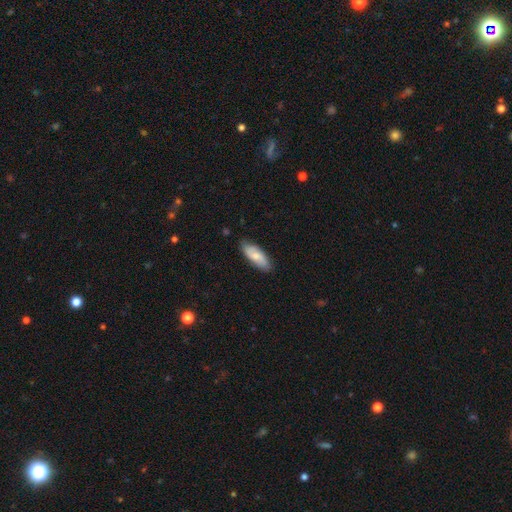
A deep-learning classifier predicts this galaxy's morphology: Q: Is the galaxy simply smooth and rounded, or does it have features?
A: smooth — 66%.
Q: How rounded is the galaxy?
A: in between — 74%.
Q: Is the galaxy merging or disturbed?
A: none — 81%.